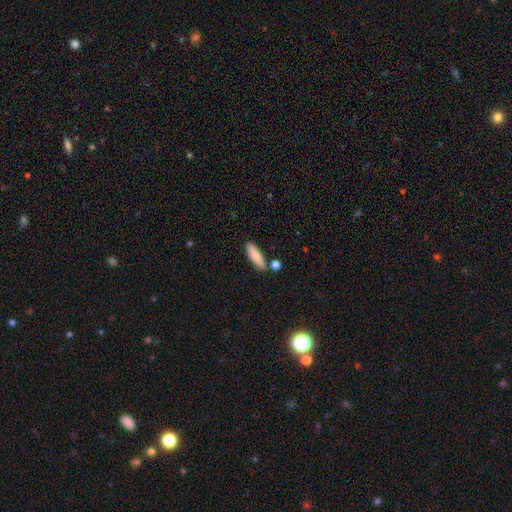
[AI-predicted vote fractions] Smooth or featured? Predicted: smooth (p=0.84). How rounded? Predicted: cigar-shaped (p=0.57). Merging? Predicted: none (p=0.80).